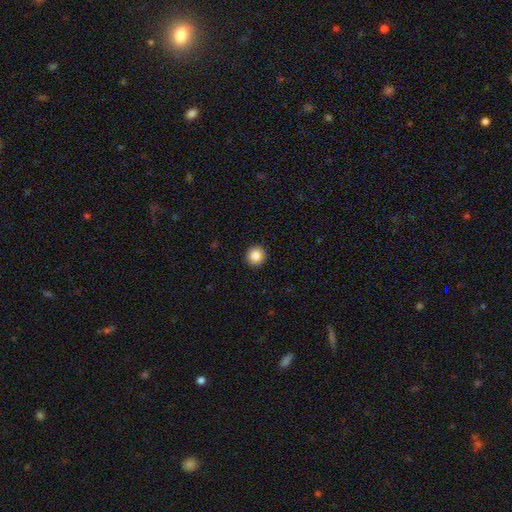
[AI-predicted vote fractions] A smooth galaxy with no disk features (87%) that is round (93%). Merging: none (93%).